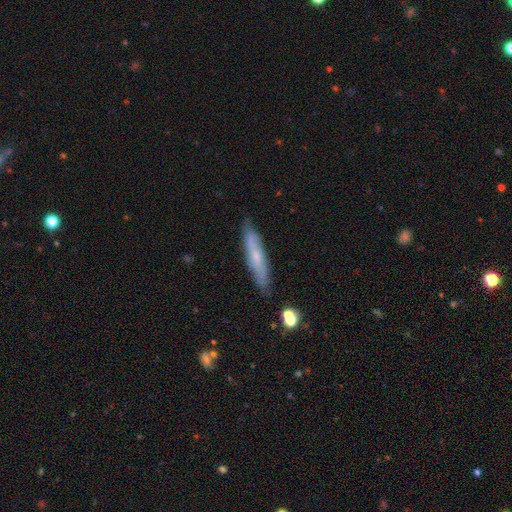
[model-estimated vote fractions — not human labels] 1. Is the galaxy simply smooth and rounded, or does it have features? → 48% smooth, 45% featured or disk, 7% star or artifact.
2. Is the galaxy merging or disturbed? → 84% none, 12% minor disturbance, 2% major disturbance, 2% merger.